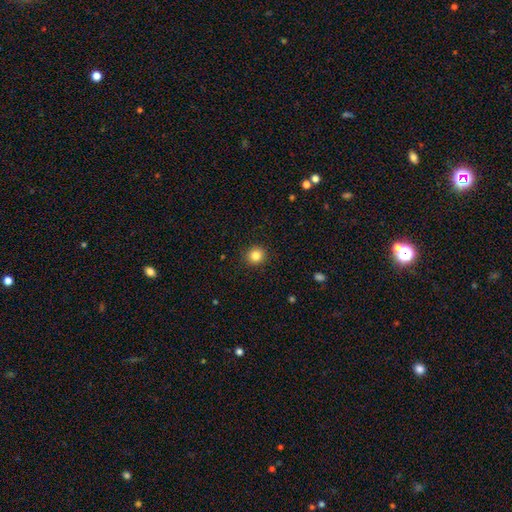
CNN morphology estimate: A smooth galaxy with no disk features (84%) that is round (91%).

Vote fractions:
- Smooth or featured? smooth: 84% / star or artifact: 11% / featured or disk: 5%
- How rounded? round: 91% / in between: 8% / cigar-shaped: 1%
- Merging? none: 92% / minor disturbance: 6% / major disturbance: 2% / merger: 1%